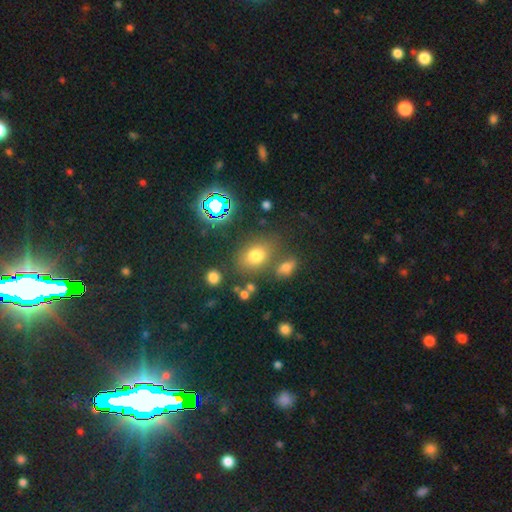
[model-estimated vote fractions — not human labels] Smooth or featured? smooth (69%)
How rounded? in between (61%)
Merging? none (72%)